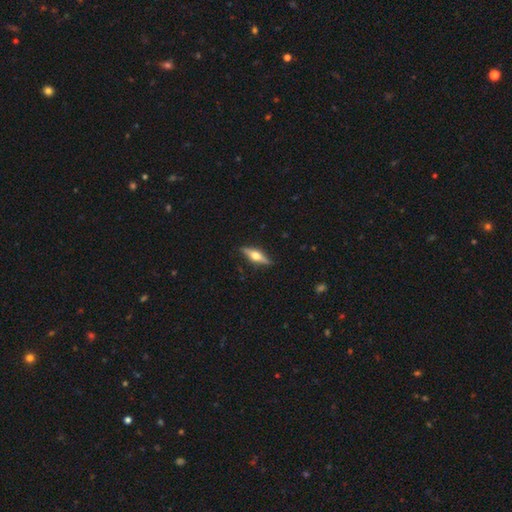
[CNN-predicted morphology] smooth_or_featured: featured or disk (p=0.64) [alt: smooth p=0.30]
disk_edge_on: yes (p=0.95) [alt: no p=0.05]
edge_on_bulge: rounded (p=0.95) [alt: boxy p=0.04]
merging: none (p=0.87) [alt: minor disturbance p=0.09]